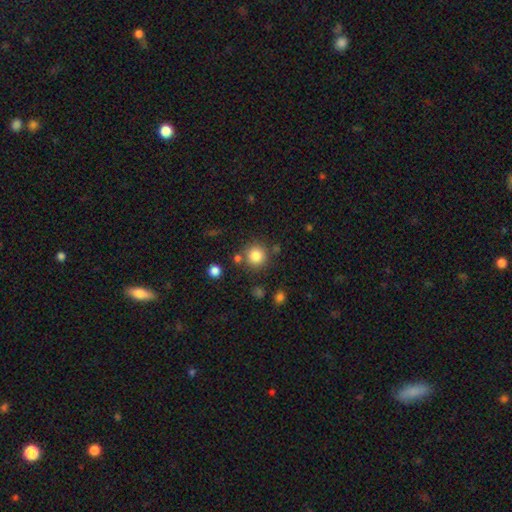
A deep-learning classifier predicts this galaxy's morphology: A smooth galaxy with no disk features (83%) that is round (93%). Merging: none (80%).